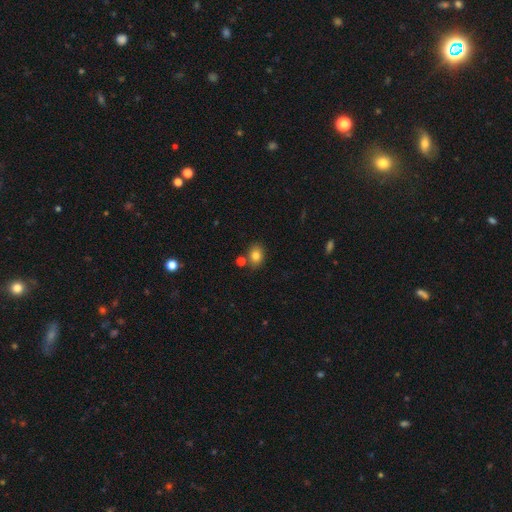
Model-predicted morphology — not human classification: smooth-or-featured: smooth: 81% | star or artifact: 11% | featured or disk: 8%
  how-rounded: in between: 54% | round: 45% | cigar-shaped: 1%
  merging: none: 74% | minor disturbance: 12% | merger: 11% | major disturbance: 3%